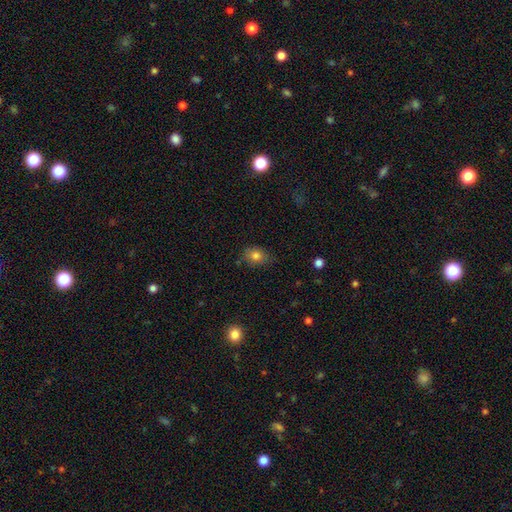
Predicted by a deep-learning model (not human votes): smooth_or_featured: smooth (p=0.80) [alt: star or artifact p=0.11]
how_rounded: in between (p=0.62) [alt: round p=0.37]
merging: none (p=0.75) [alt: minor disturbance p=0.19]